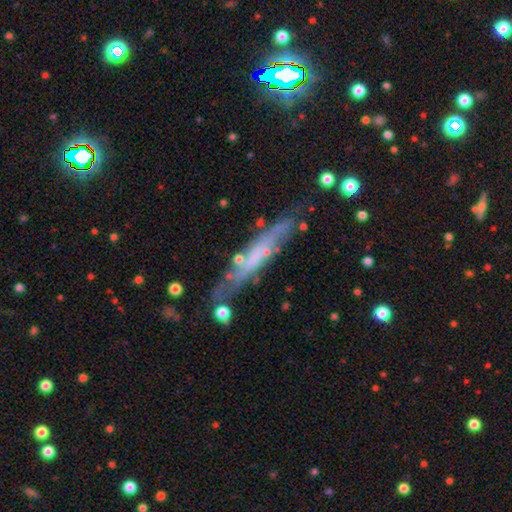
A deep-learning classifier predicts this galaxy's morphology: Q: Smooth or featured?
A: featured or disk (57%); runner-up: smooth (36%)
Q: Edge-on disk?
A: yes (67%); runner-up: no (33%)
Q: Merging?
A: none (65%); runner-up: minor disturbance (21%)